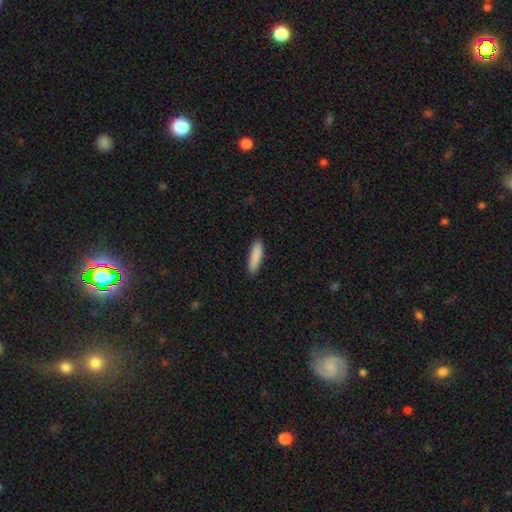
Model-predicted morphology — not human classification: Smooth or featured?
  - smooth: 88% *
  - star or artifact: 6%
  - featured or disk: 6%
How rounded?
  - cigar-shaped: 72% *
  - in between: 26%
  - round: 1%
Merging?
  - none: 86% *
  - minor disturbance: 11%
  - major disturbance: 2%
  - merger: 1%